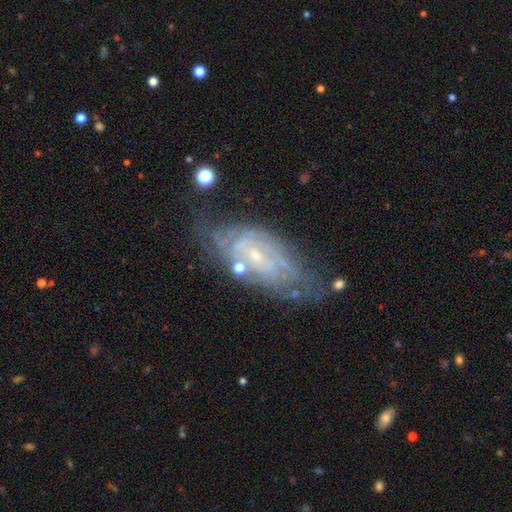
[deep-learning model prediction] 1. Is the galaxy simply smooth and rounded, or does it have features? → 77% featured or disk, 14% smooth, 9% star or artifact.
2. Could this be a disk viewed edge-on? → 91% no, 9% yes.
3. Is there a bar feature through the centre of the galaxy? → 49% no, 40% weak, 12% strong.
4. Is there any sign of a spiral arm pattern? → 82% yes, 18% no.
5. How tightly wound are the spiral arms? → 61% tight, 29% medium, 10% loose.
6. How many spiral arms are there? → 55% can't tell, 19% 2, 10% 3, 7% 4, 5% more than 4, 4% 1.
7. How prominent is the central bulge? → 73% small, 18% moderate, 7% none, 1% large, 1% dominant.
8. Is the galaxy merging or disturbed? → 58% none, 24% minor disturbance, 13% major disturbance, 5% merger.